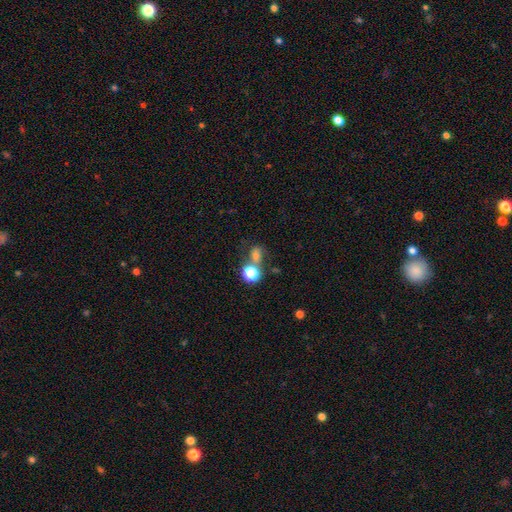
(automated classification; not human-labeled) A smooth galaxy with no disk features (66%) that is round (53%). Merging: none (47%).